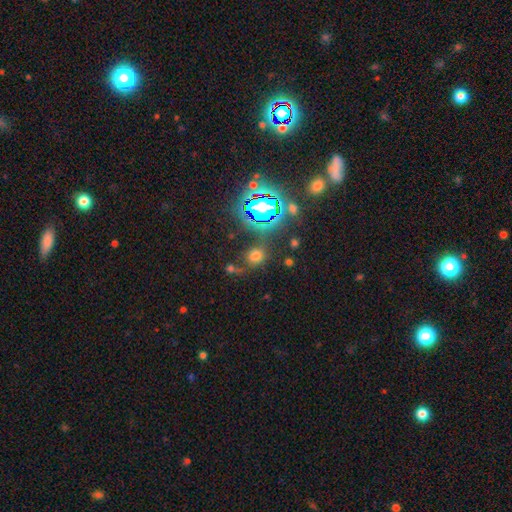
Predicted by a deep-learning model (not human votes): Overall: smooth (59%; star or artifact 32%). How rounded: round (80%). Merging: none (67%).